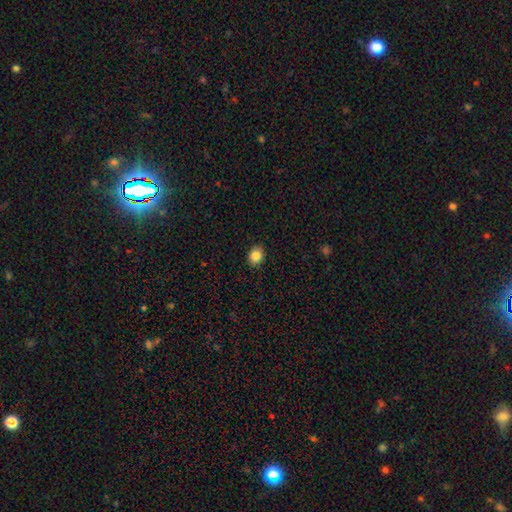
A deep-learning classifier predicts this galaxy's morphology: Smooth or featured? smooth (86%)
How rounded? round (50%, tied with in between)
Merging? none (89%)